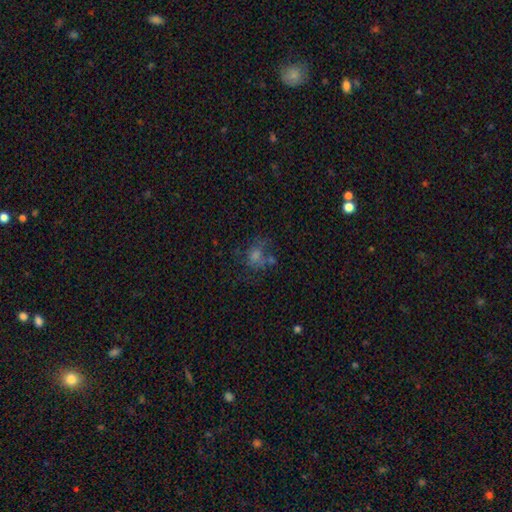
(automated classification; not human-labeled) This is marginally a smooth galaxy (43%). Merging: possibly none (48%).